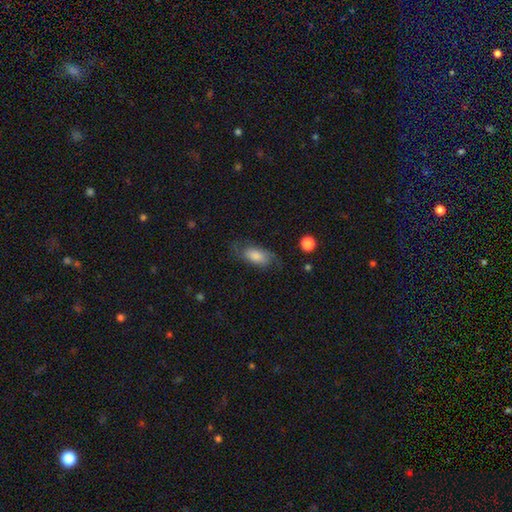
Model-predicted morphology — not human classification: Overall: smooth (57%; featured or disk 34%). How rounded: in between (86%). Merging: none (65%).